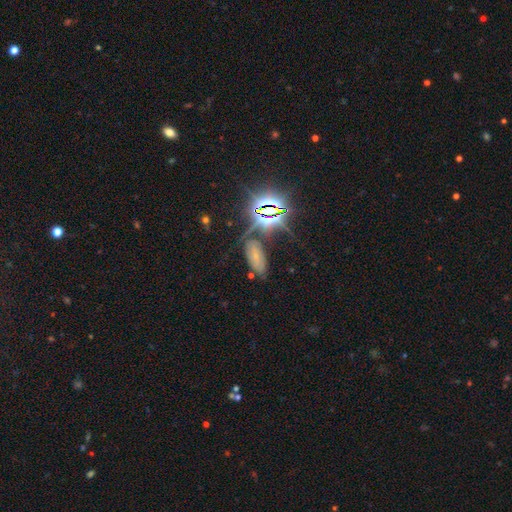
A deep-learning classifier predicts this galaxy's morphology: star or artifact 48%, smooth 29%, featured or disk 23%.